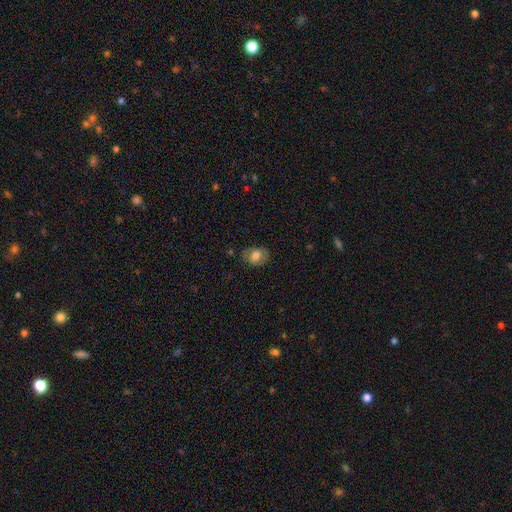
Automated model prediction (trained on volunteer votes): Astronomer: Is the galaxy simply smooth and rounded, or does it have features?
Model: smooth — 70%.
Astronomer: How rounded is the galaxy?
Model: in between — 64%.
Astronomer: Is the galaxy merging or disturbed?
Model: none — 75%.